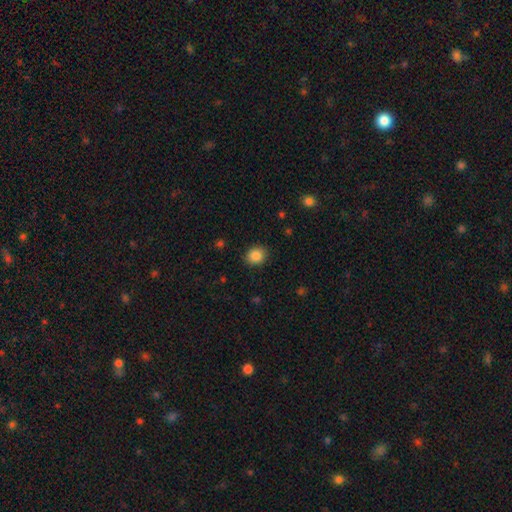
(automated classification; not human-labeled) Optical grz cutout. It shows a smooth galaxy with no disk features (86%) that is round (66%). Merging: none (88%).